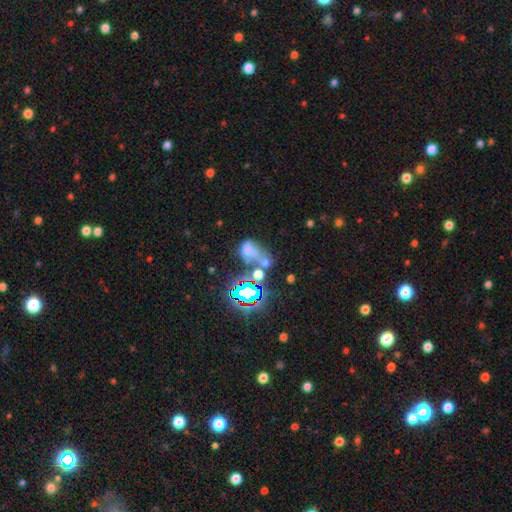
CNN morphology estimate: Smooth or featured? star or artifact (42%)